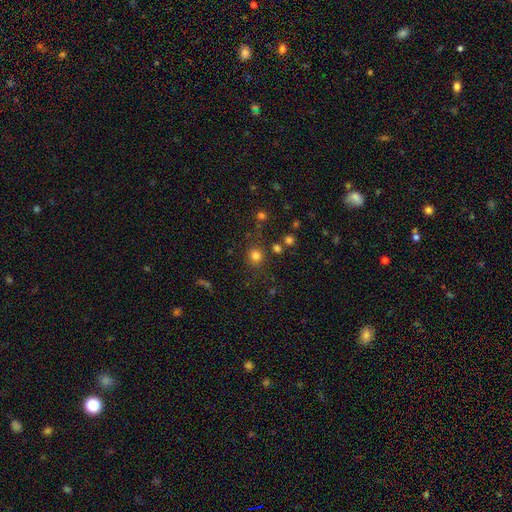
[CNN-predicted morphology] smooth 78%, star or artifact 16%, featured or disk 6%. Down the decision tree: how rounded — round (90%); merging — none (81%).